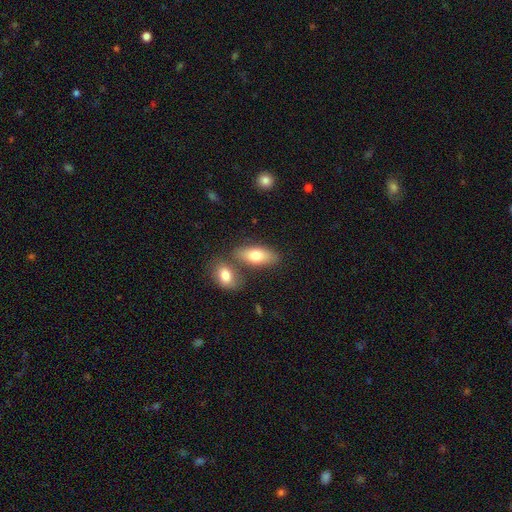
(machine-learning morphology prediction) Smooth or featured? Predicted: smooth (p=0.74). How rounded? Predicted: in between (p=0.84). Merging? Predicted: none (p=0.62).